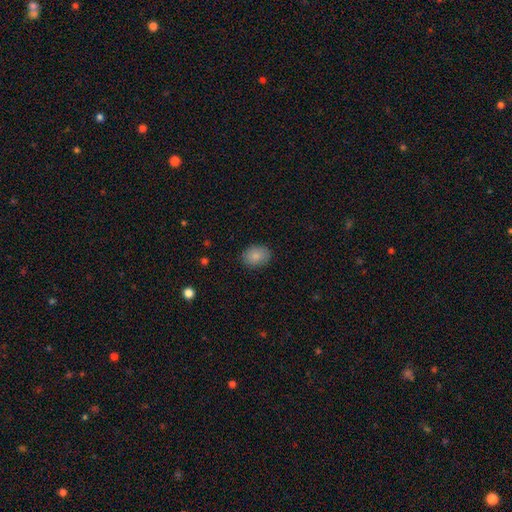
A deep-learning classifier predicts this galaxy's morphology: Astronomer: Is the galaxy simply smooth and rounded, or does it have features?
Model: smooth — 86%.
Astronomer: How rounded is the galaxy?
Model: in between — 64%.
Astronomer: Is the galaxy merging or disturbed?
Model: none — 86%.